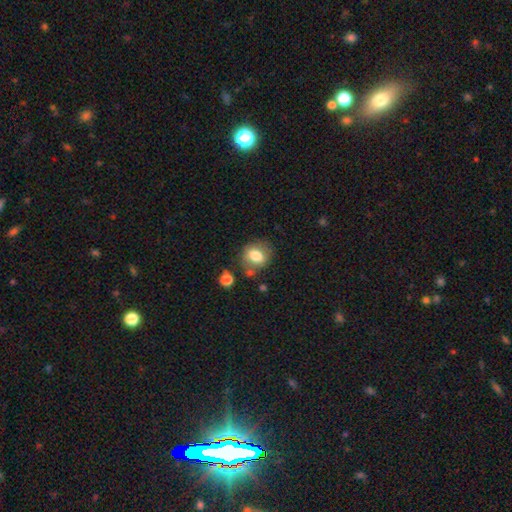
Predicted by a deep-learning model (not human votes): smooth 77%, featured or disk 14%, star or artifact 9%. Down the decision tree: how rounded — round (61%); merging — none (70%).